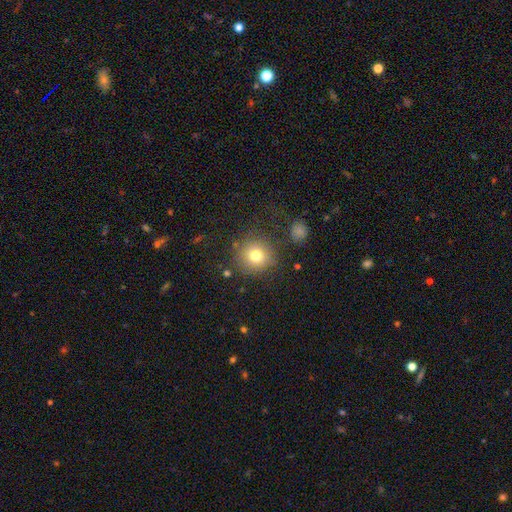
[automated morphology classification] Q: Smooth or featured?
A: smooth (76%); runner-up: star or artifact (13%)
Q: How rounded?
A: round (93%); runner-up: in between (6%)
Q: Merging?
A: none (82%); runner-up: minor disturbance (10%)